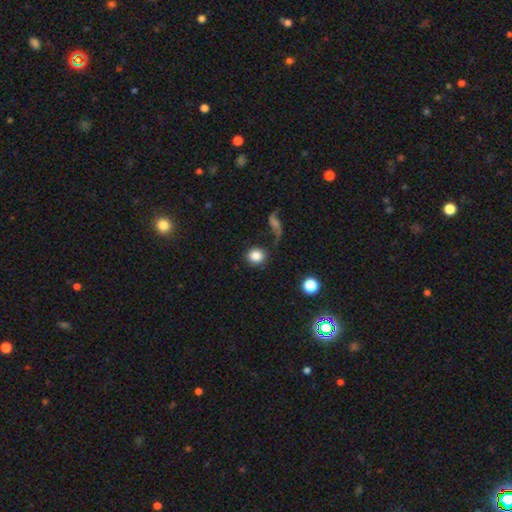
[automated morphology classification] Smooth or featured: smooth — 83% (star or artifact — 9%)
How rounded: round — 88% (in between — 11%)
Merging: none — 75% (minor disturbance — 12%)